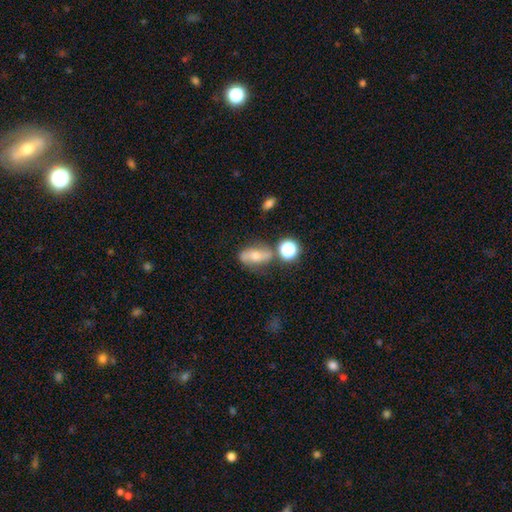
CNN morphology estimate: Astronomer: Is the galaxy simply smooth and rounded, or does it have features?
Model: smooth — 46% (runner-up: featured or disk, 41%).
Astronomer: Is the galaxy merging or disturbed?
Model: none — 66%.